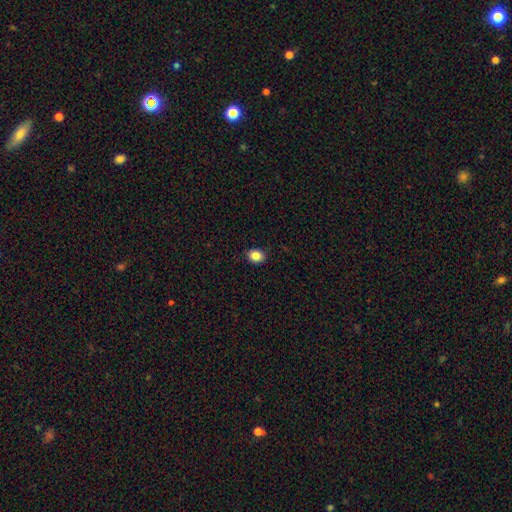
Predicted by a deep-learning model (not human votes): This is clearly a smooth galaxy (85%). How rounded: possibly round (53%). Merging: clearly none (89%).